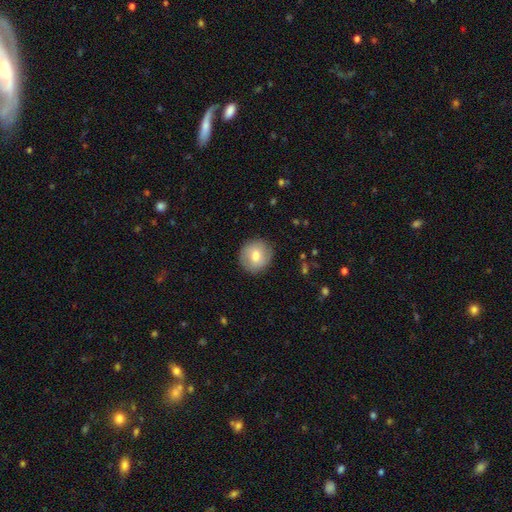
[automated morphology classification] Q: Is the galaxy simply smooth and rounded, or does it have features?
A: smooth — 70%.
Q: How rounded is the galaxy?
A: round — 91%.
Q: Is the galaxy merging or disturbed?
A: none — 87%.